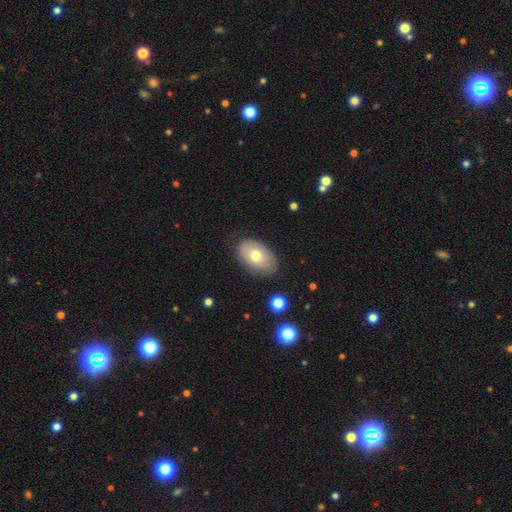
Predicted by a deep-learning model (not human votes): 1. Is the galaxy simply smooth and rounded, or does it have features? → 67% smooth, 26% featured or disk, 7% star or artifact.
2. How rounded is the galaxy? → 92% in between, 7% round, 1% cigar-shaped.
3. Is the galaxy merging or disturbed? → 76% none, 18% minor disturbance, 4% major disturbance, 2% merger.